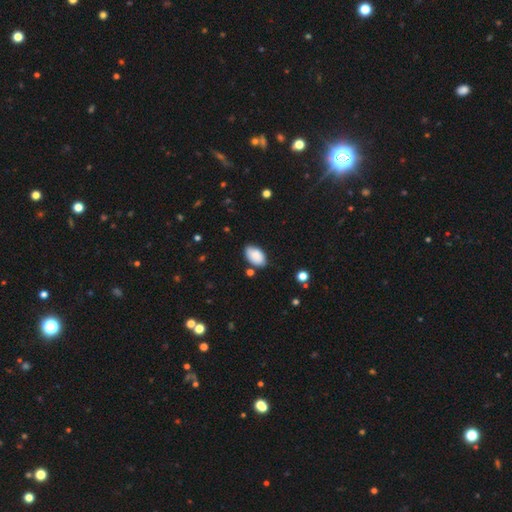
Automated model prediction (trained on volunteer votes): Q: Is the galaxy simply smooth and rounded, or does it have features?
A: smooth — 86%.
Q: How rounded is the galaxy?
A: in between — 94%.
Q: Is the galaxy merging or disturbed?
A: none — 76%.